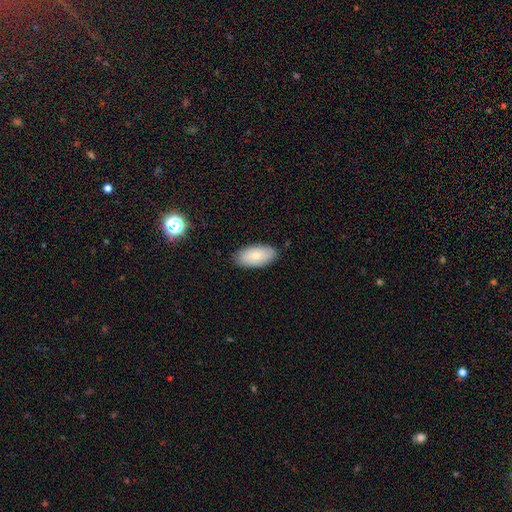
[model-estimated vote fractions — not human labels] A smooth galaxy with no disk features (77%) that is in between round and cigar-shaped (94%).

Vote fractions:
- Smooth or featured? smooth: 77% / featured or disk: 16% / star or artifact: 6%
- How rounded? in between: 94% / cigar-shaped: 3% / round: 2%
- Merging? none: 85% / minor disturbance: 12% / major disturbance: 2% / merger: 1%